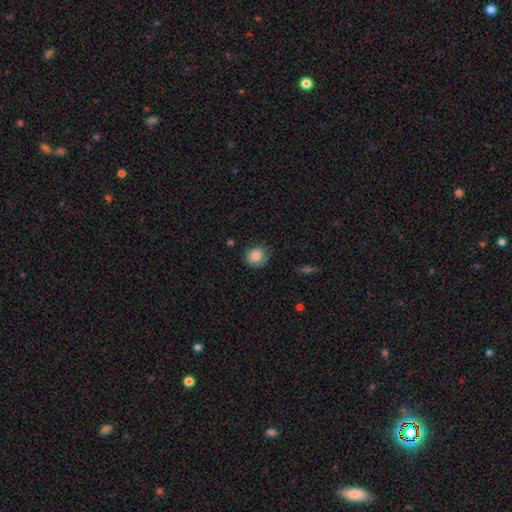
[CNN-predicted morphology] Smooth or featured?
  - smooth: 82% *
  - featured or disk: 9%
  - star or artifact: 9%
How rounded?
  - round: 82% *
  - in between: 17%
  - cigar-shaped: 1%
Merging?
  - none: 73% *
  - minor disturbance: 21%
  - major disturbance: 5%
  - merger: 1%